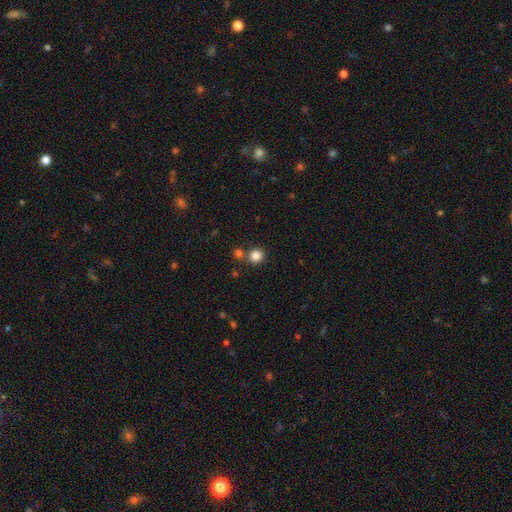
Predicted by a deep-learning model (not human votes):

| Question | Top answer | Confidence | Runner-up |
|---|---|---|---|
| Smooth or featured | smooth | 84% | star or artifact (12%) |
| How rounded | round | 89% | in between (10%) |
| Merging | none | 74% | merger (16%) |